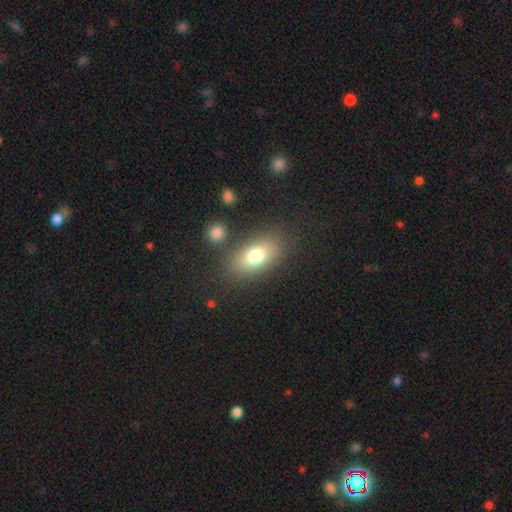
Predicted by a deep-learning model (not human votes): Smooth or featured?
  - smooth: 76% *
  - featured or disk: 15%
  - star or artifact: 10%
How rounded?
  - in between: 86% *
  - round: 9%
  - cigar-shaped: 5%
Merging?
  - none: 80% *
  - minor disturbance: 11%
  - merger: 5%
  - major disturbance: 5%